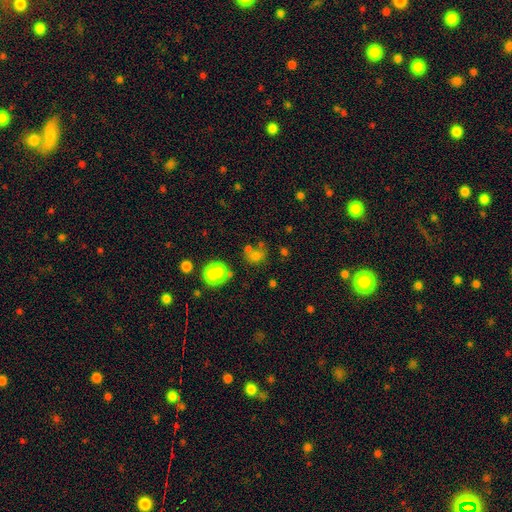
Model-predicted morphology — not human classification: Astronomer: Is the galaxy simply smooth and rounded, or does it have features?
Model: smooth — 68%.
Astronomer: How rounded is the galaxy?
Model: round — 65%.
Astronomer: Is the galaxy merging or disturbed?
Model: none — 42% (runner-up: merger, 38%).